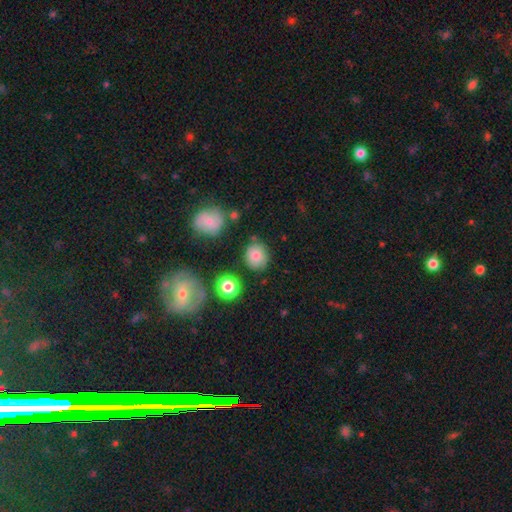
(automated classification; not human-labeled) smooth 79%, star or artifact 11%, featured or disk 10%. Down the decision tree: how rounded — round (81%); merging — none (78%).